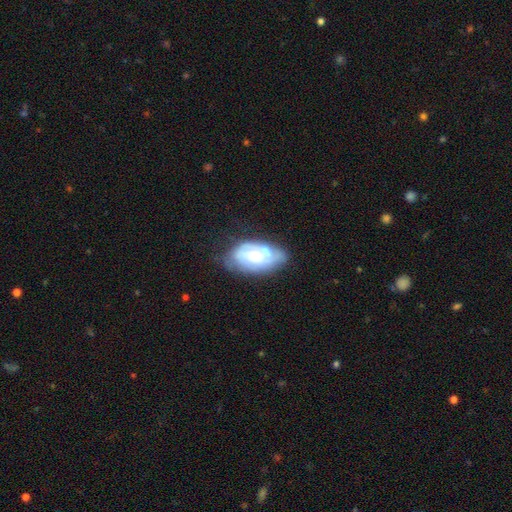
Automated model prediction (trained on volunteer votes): The model was most divided on "bulge size": moderate: 48%, small: 38%, large: 8%, none: 5%, dominant: 2%. More confident: edge-on disk — no (95%); bar — no (71%); spiral arms — yes (65%); smooth or featured — featured or disk (58%); merging — none (55%).